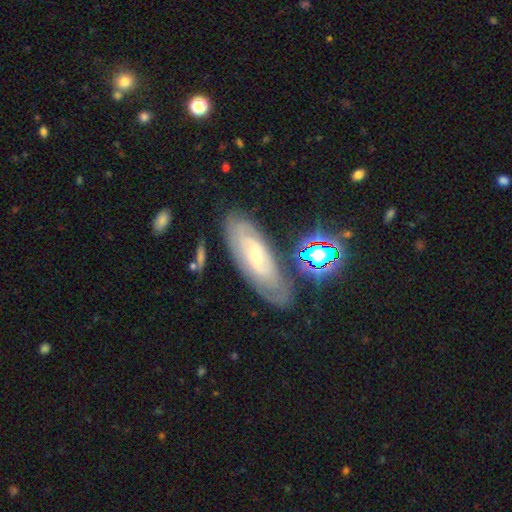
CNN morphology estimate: This appears to be a featured or disk galaxy (71%) with no bar (54%), tight (71%) spiral arms (85%) and a small central bulge (59%). Merging: none (76%).